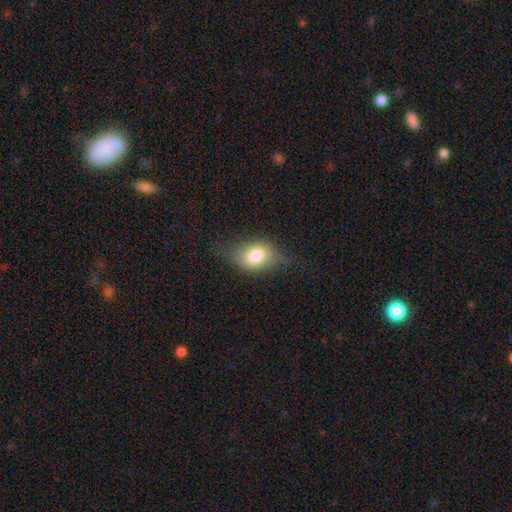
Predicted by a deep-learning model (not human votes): smooth-or-featured: smooth: 75% | featured or disk: 16% | star or artifact: 9%
  how-rounded: in between: 77% | round: 21% | cigar-shaped: 2%
  merging: none: 61% | minor disturbance: 27% | major disturbance: 10% | merger: 1%